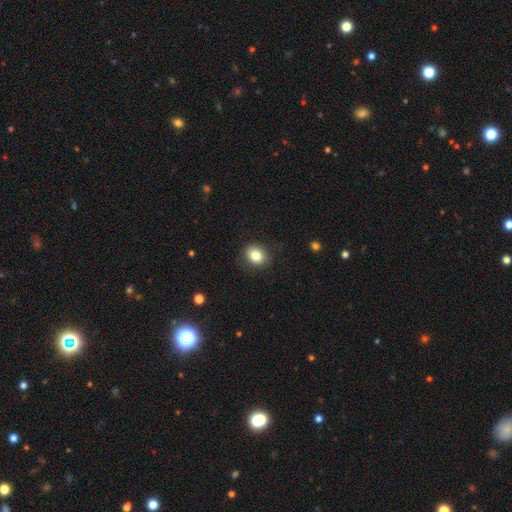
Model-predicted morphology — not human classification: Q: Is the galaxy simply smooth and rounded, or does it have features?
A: smooth — 82%.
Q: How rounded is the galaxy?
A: round — 61%.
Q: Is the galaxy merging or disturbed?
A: none — 86%.